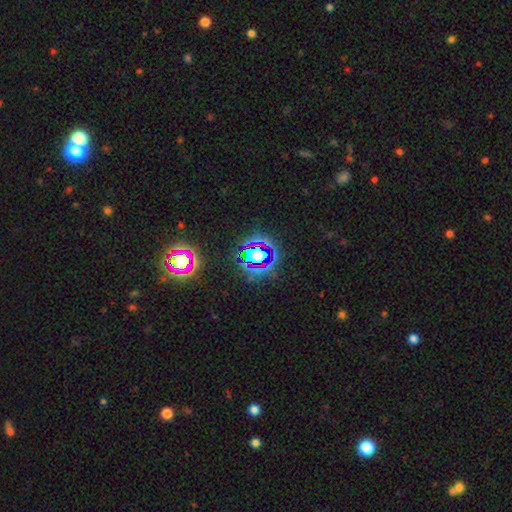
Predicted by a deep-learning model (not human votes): Overall: star or artifact (64%).